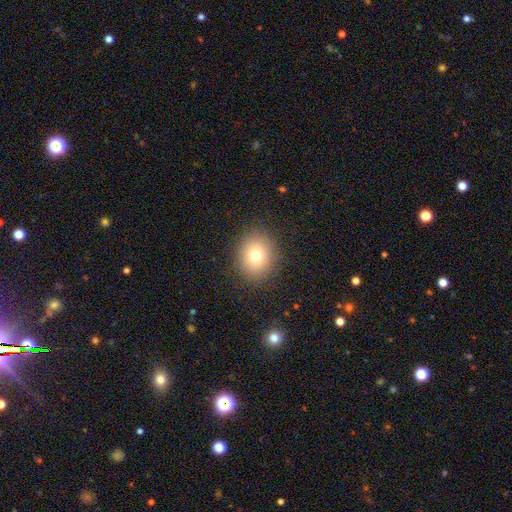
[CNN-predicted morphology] Smooth or featured? Predicted: smooth (p=0.75). How rounded? Predicted: round (p=0.72). Merging? Predicted: none (p=0.88).